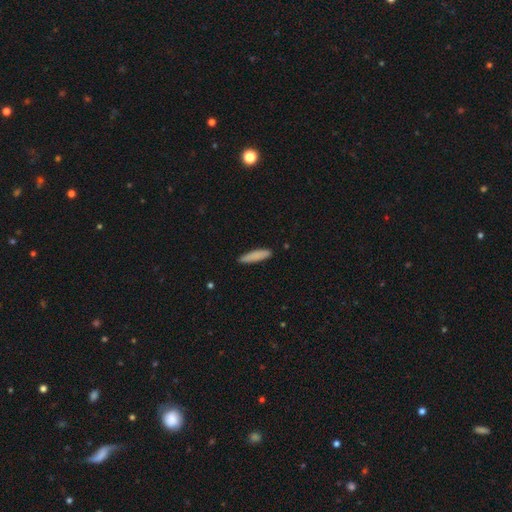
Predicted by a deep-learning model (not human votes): Smooth or featured?
  - smooth: 86% *
  - featured or disk: 8%
  - star or artifact: 6%
How rounded?
  - cigar-shaped: 81% *
  - in between: 17%
  - round: 1%
Merging?
  - none: 88% *
  - minor disturbance: 9%
  - major disturbance: 2%
  - merger: 1%